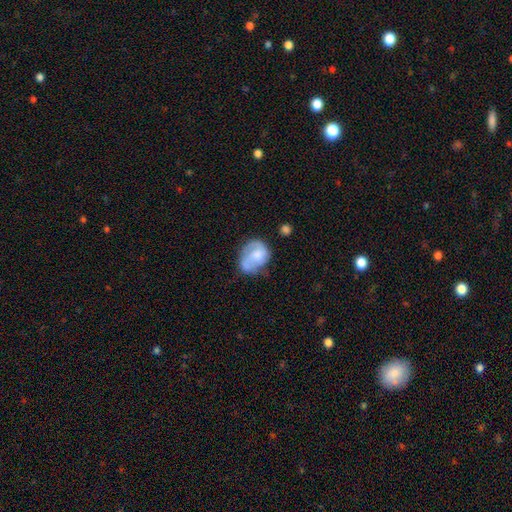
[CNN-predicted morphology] This appears to be a featured or disk galaxy (48%). Merging: none (39%).